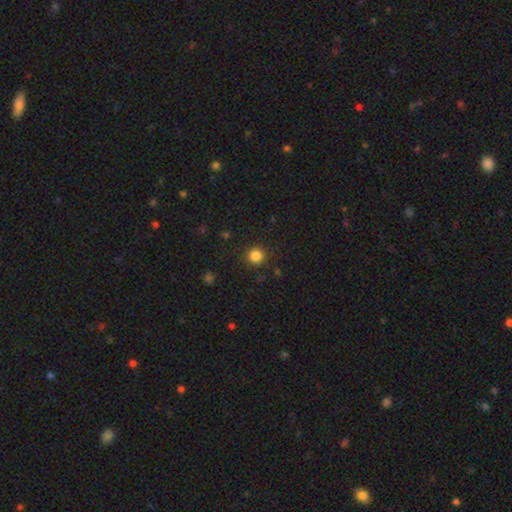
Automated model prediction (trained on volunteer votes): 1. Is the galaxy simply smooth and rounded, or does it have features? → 84% smooth, 12% star or artifact, 4% featured or disk.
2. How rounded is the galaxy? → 94% round, 5% in between, 1% cigar-shaped.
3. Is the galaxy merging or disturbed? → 90% none, 6% minor disturbance, 2% major disturbance, 1% merger.